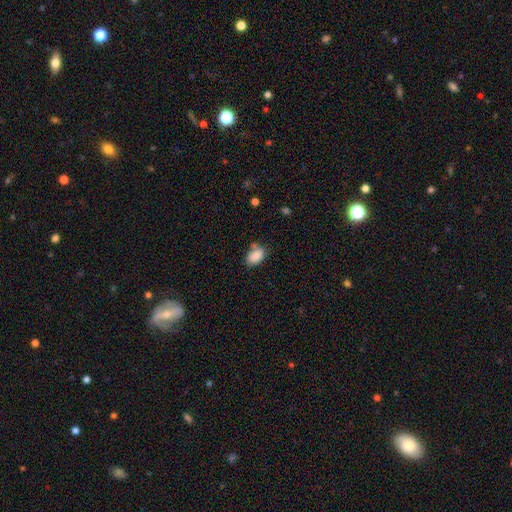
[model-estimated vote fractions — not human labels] smooth-or-featured: smooth: 86% | star or artifact: 8% | featured or disk: 6%
  how-rounded: in between: 89% | round: 10% | cigar-shaped: 1%
  merging: none: 64% | minor disturbance: 21% | merger: 10% | major disturbance: 5%